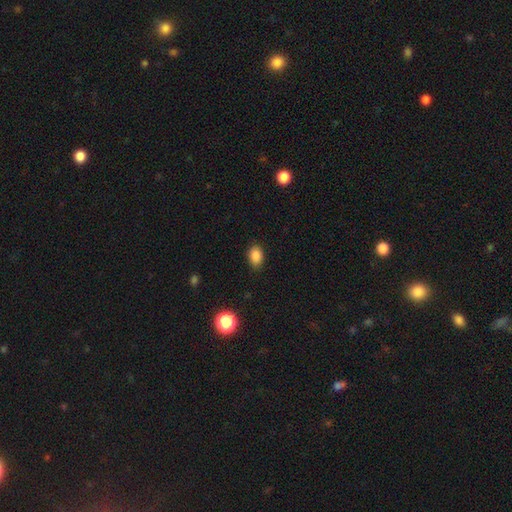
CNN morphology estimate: smooth_or_featured: smooth (p=0.86) [alt: star or artifact p=0.10]
how_rounded: in between (p=0.77) [alt: round p=0.22]
merging: none (p=0.84) [alt: minor disturbance p=0.13]